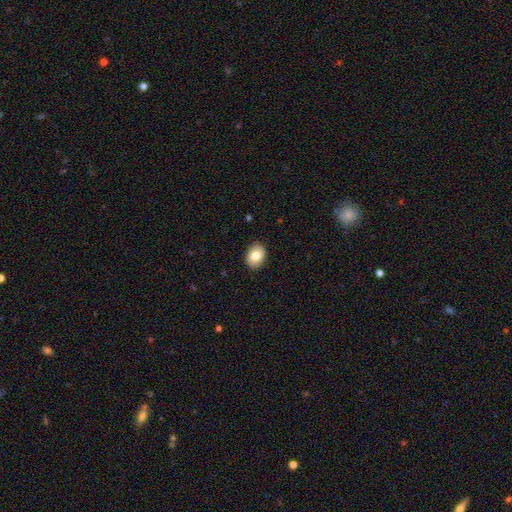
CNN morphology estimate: Smooth or featured?
  - smooth: 81% *
  - featured or disk: 12%
  - star or artifact: 8%
How rounded?
  - in between: 69% *
  - round: 30%
  - cigar-shaped: 1%
Merging?
  - none: 90% *
  - minor disturbance: 7%
  - major disturbance: 2%
  - merger: 1%